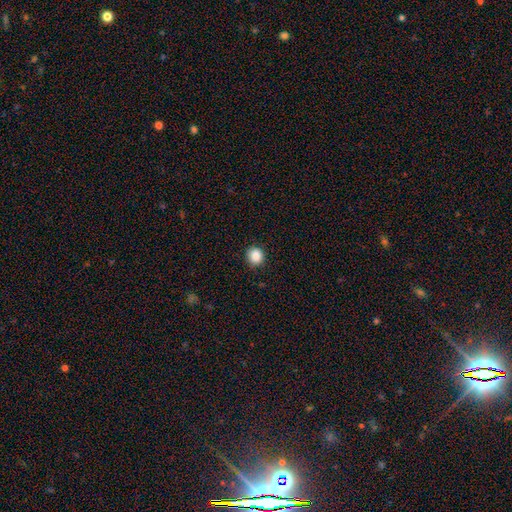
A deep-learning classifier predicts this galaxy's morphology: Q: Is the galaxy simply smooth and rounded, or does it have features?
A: smooth — 87%.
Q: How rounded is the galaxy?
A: round — 88%.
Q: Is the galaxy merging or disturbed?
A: none — 91%.